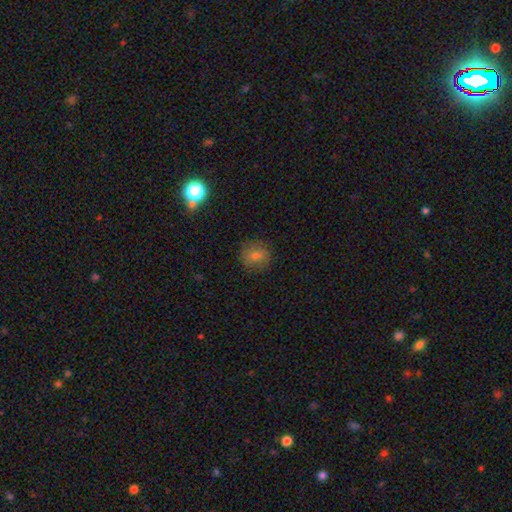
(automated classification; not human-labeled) Smooth or featured: smooth — 70% (star or artifact — 15%)
How rounded: round — 88% (in between — 11%)
Merging: none — 86% (minor disturbance — 10%)